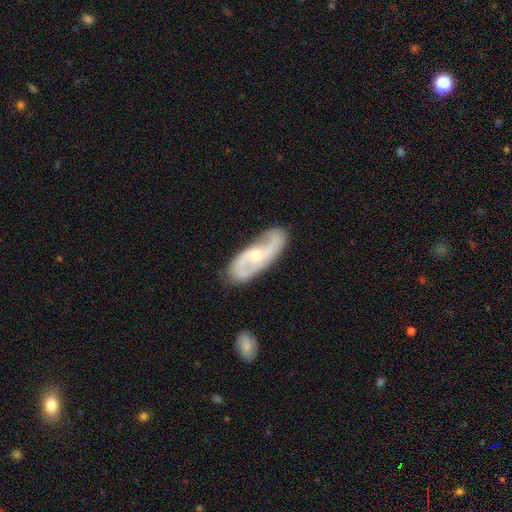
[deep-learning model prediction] This appears to be a featured or disk galaxy (82%) with no bar (54%), 2 (86%) medium (48%) spiral arms (94%) and a small central bulge (53%). Merging: none (76%).